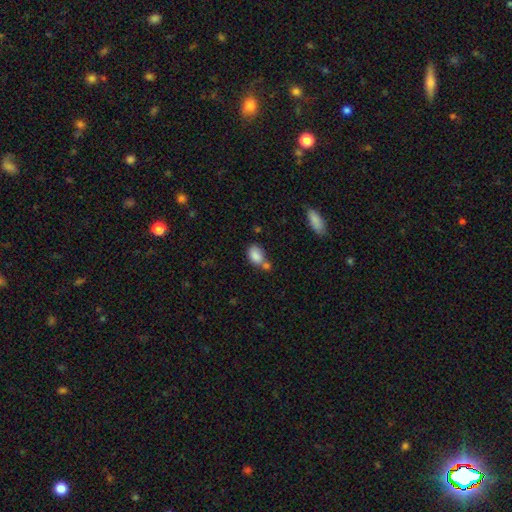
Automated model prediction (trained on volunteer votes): smooth_or_featured: smooth (p=0.84) [alt: star or artifact p=0.09]
how_rounded: in between (p=0.83) [alt: round p=0.15]
merging: merger (p=0.40) [alt: none p=0.38]